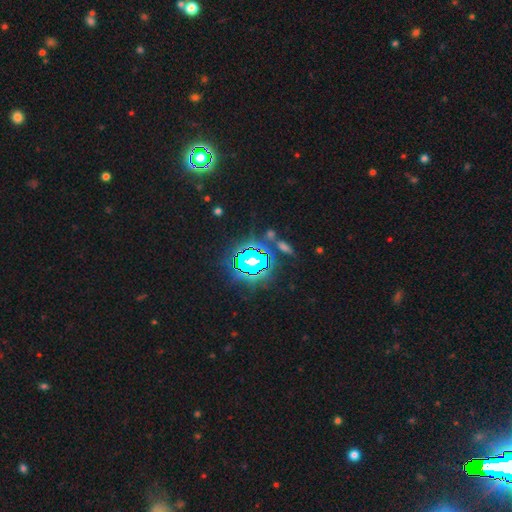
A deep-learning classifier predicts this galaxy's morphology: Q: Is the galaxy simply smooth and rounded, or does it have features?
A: star or artifact — 80%.